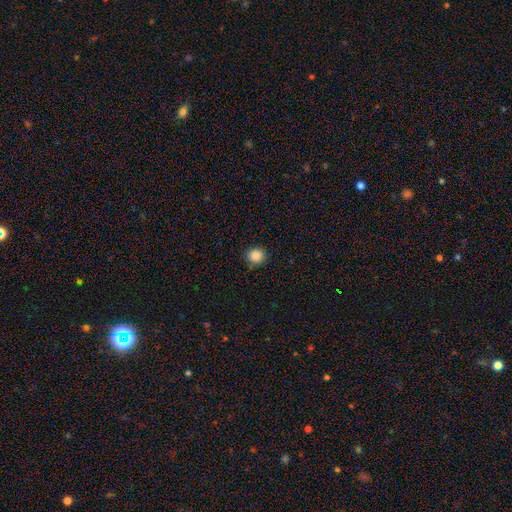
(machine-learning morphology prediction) Smooth or featured? Predicted: smooth (p=0.87). How rounded? Predicted: round (p=0.85). Merging? Predicted: none (p=0.87).